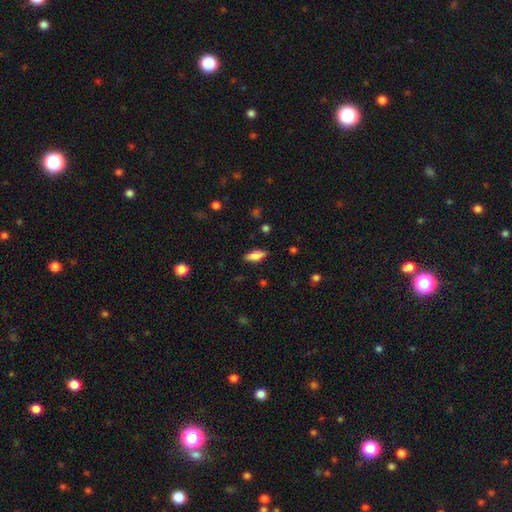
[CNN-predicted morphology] Smooth or featured? Predicted: smooth (p=0.74). How rounded? Predicted: in between (p=0.70). Merging? Predicted: none (p=0.87).